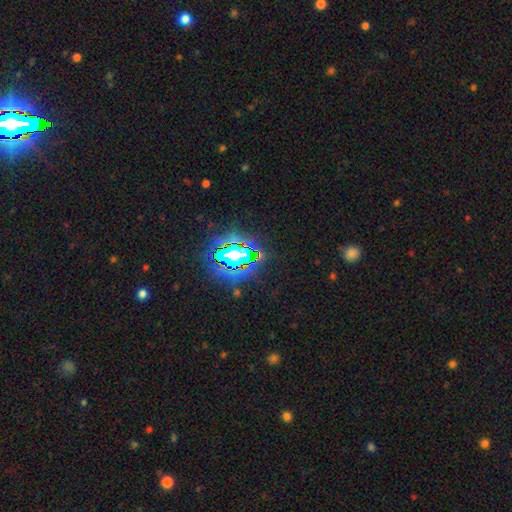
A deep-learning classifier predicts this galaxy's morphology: Smooth or featured? Predicted: star or artifact (p=0.76).